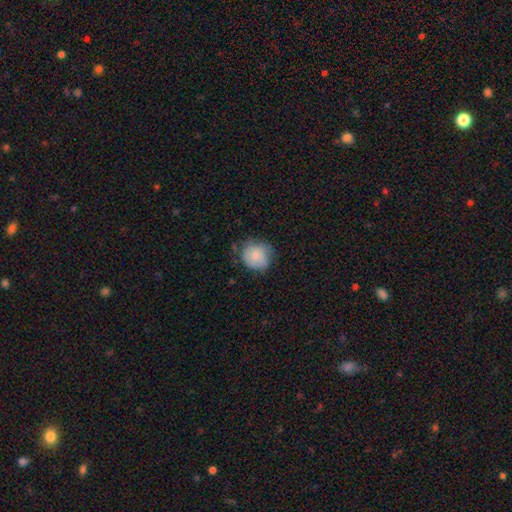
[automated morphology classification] A smooth galaxy with no disk features (78%) that is round (83%). Merging: none (62%).